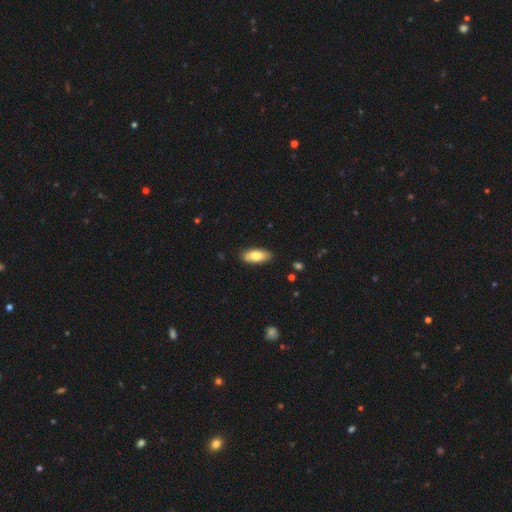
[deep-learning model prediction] The model was most divided on "smooth or featured": smooth: 80%, featured or disk: 14%, star or artifact: 6%. More confident: merging — none (87%); how rounded — in between (84%).